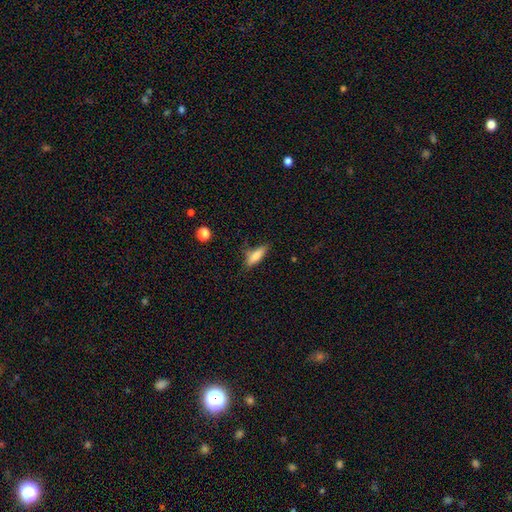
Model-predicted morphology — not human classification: Q: Smooth or featured?
A: smooth (78%); runner-up: featured or disk (14%)
Q: How rounded?
A: in between (50%); runner-up: cigar-shaped (48%)
Q: Merging?
A: none (67%); runner-up: minor disturbance (23%)